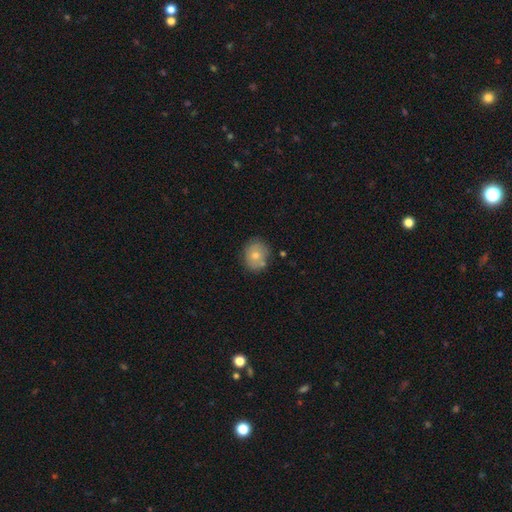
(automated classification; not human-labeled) Smooth or featured?
  - smooth: 72% *
  - featured or disk: 20%
  - star or artifact: 8%
How rounded?
  - round: 71% *
  - in between: 28%
  - cigar-shaped: 1%
Merging?
  - none: 73% *
  - minor disturbance: 16%
  - merger: 7%
  - major disturbance: 4%